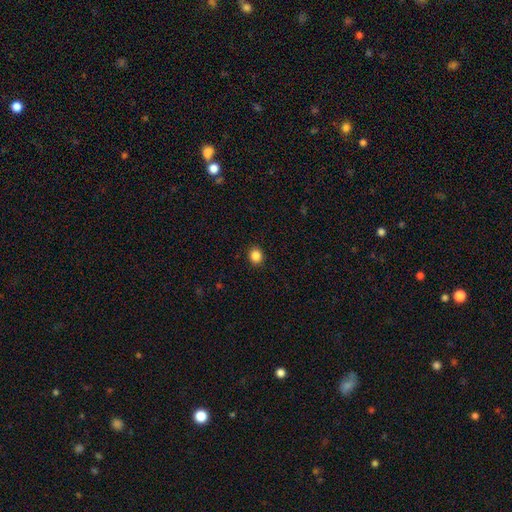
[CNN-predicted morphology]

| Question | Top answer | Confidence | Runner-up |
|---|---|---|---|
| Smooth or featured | smooth | 86% | star or artifact (10%) |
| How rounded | round | 75% | in between (24%) |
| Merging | none | 92% | minor disturbance (6%) |